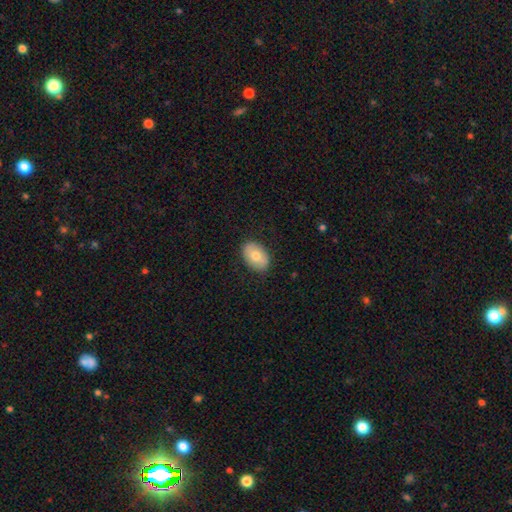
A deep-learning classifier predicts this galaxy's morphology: type=smooth (73%); roundness=in between (86%); merging=none (86%).